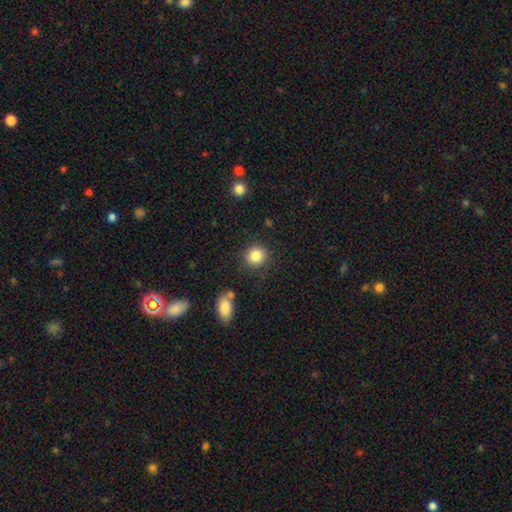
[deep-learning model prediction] smooth 86%, star or artifact 9%, featured or disk 5%. Down the decision tree: how rounded — round (86%); merging — none (85%).